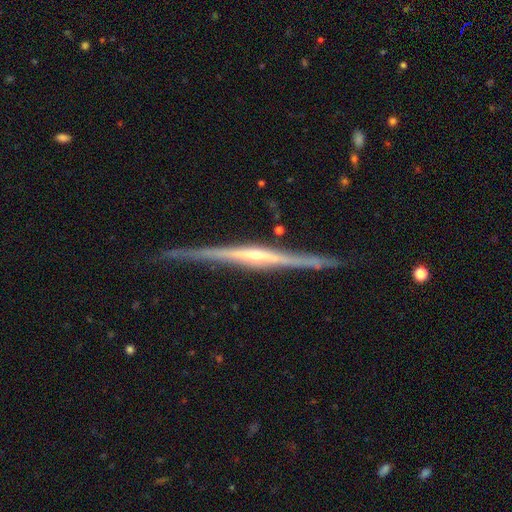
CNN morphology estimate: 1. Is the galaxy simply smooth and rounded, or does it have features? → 86% featured or disk, 10% smooth, 4% star or artifact.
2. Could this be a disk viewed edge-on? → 98% yes, 2% no.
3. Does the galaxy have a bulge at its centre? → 56% rounded, 31% none, 13% boxy.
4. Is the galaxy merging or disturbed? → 82% none, 14% minor disturbance, 2% major disturbance, 2% merger.